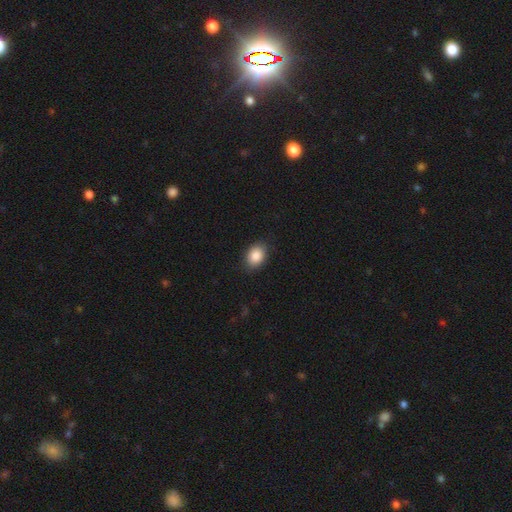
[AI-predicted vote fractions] A smooth galaxy with no disk features (88%) that is in between round and cigar-shaped (75%). Merging: none (86%).